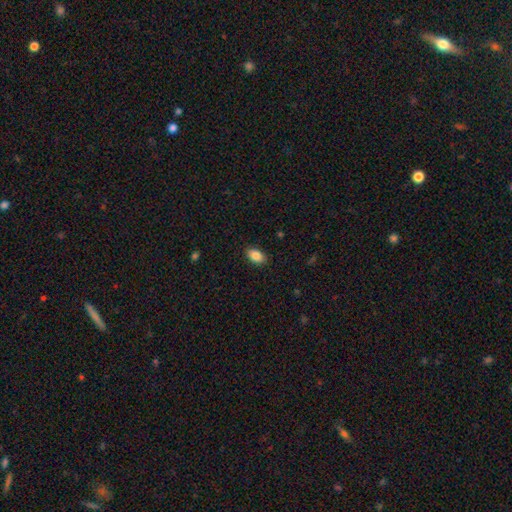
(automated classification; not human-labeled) A smooth galaxy with no disk features (86%) that is in between round and cigar-shaped (91%).

Vote fractions:
- Smooth or featured? smooth: 86% / star or artifact: 7% / featured or disk: 6%
- How rounded? in between: 91% / round: 8% / cigar-shaped: 2%
- Merging? none: 88% / minor disturbance: 9% / major disturbance: 2% / merger: 1%